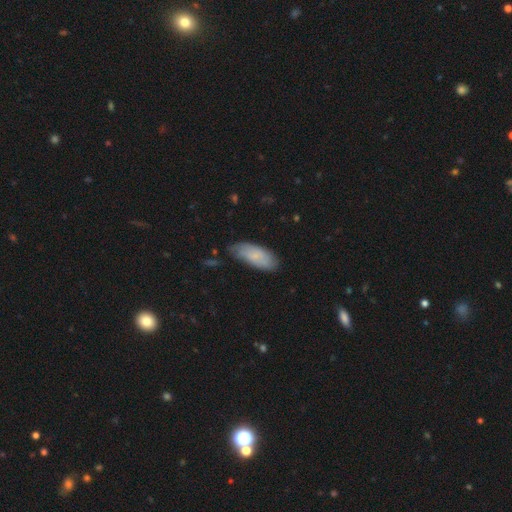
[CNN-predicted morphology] Smooth or featured?
  - smooth: 73% *
  - featured or disk: 20%
  - star or artifact: 7%
How rounded?
  - in between: 83% *
  - cigar-shaped: 16%
  - round: 2%
Merging?
  - none: 64% *
  - minor disturbance: 27%
  - major disturbance: 6%
  - merger: 2%